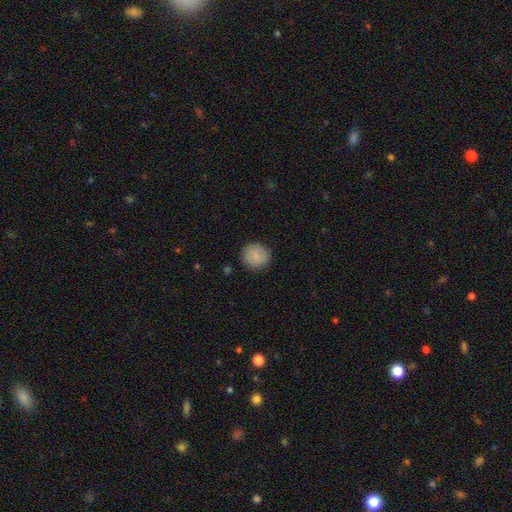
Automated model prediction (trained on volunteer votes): smooth 82%, featured or disk 11%, star or artifact 7%. Down the decision tree: how rounded — round (90%); merging — none (88%).